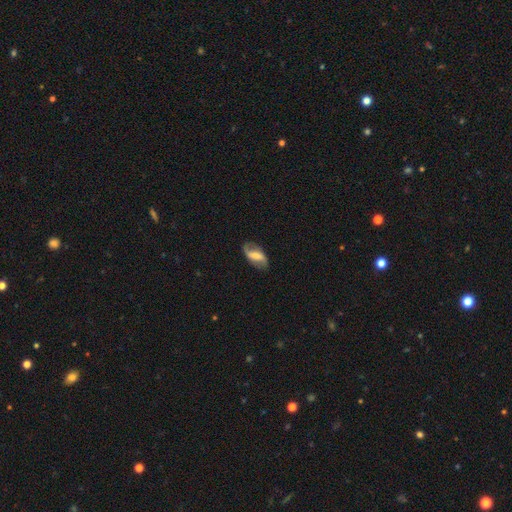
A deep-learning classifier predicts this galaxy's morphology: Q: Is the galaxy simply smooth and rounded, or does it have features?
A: featured or disk — 69%.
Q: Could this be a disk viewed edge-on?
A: no — 94%.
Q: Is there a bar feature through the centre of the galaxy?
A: weak — 42%.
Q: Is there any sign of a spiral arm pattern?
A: yes — 90%.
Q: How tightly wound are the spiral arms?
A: loose — 59%.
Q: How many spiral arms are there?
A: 2 — 89%.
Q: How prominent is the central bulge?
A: moderate — 35%.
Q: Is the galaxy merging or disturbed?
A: none — 79%.